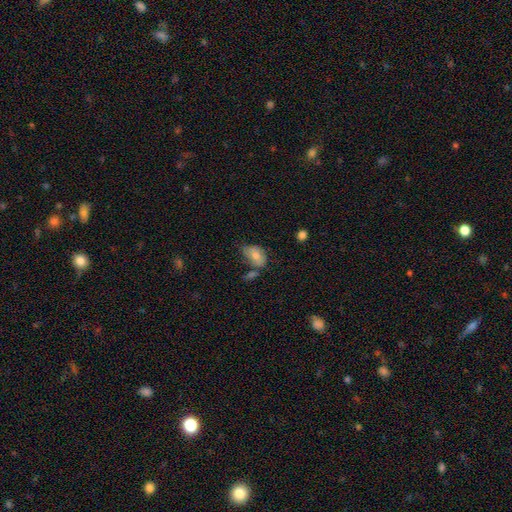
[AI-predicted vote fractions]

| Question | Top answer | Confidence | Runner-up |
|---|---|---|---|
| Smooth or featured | smooth | 69% | featured or disk (23%) |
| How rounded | in between | 83% | round (16%) |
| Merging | none | 37% | minor disturbance (33%) |